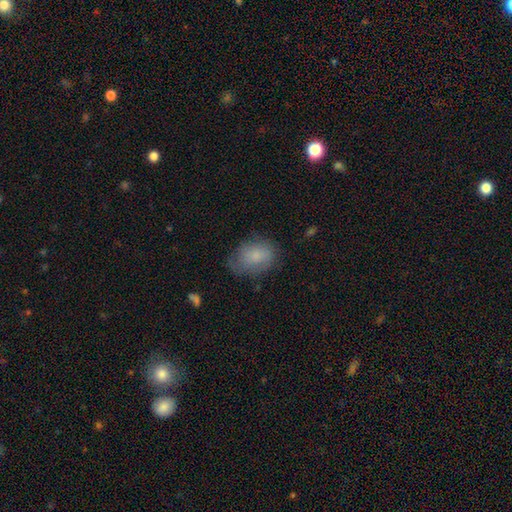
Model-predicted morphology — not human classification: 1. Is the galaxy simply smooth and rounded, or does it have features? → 74% smooth, 18% featured or disk, 8% star or artifact.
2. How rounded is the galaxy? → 72% in between, 27% round, 1% cigar-shaped.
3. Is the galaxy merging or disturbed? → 63% none, 26% minor disturbance, 10% major disturbance, 1% merger.